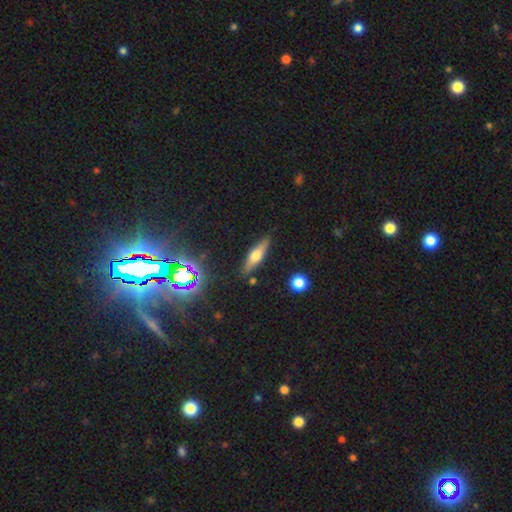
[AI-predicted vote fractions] Smooth or featured?
  - featured or disk: 47% *
  - smooth: 44%
  - star or artifact: 9%
Merging?
  - none: 85% *
  - minor disturbance: 10%
  - merger: 3%
  - major disturbance: 2%